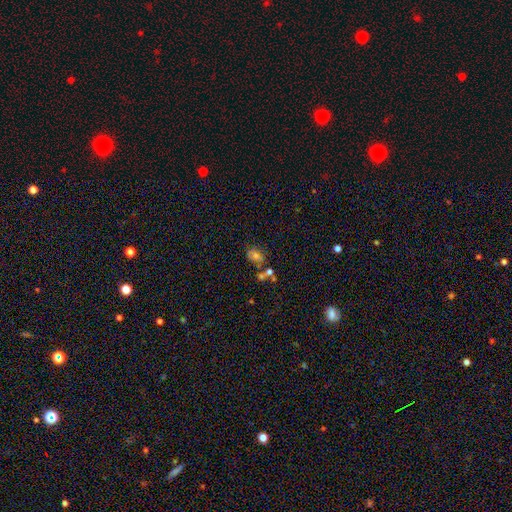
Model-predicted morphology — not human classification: This is likely a smooth galaxy (60%). How rounded: likely in between (66%). Merging: possibly none (54%).